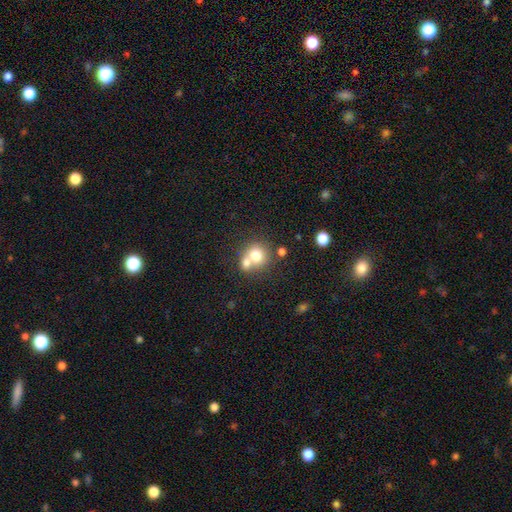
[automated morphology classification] A smooth galaxy with no disk features (73%) that is round (80%).

Vote fractions:
- Smooth or featured? smooth: 73% / featured or disk: 16% / star or artifact: 11%
- How rounded? round: 80% / in between: 19% / cigar-shaped: 1%
- Merging? merger: 53% / none: 37% / minor disturbance: 7% / major disturbance: 3%